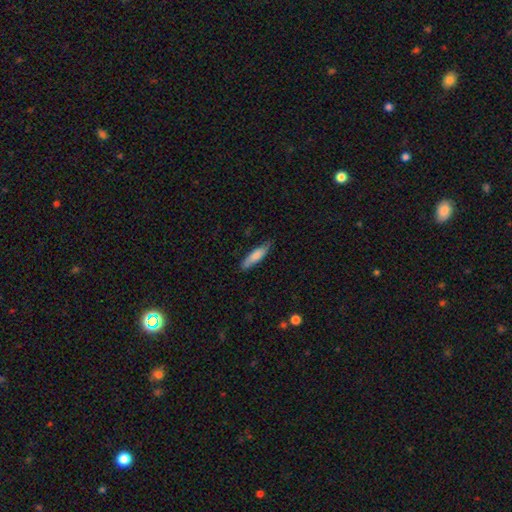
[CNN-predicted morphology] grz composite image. It shows a smooth galaxy with no disk features (77%) that is cigar-shaped (74%). Merging: none (78%).